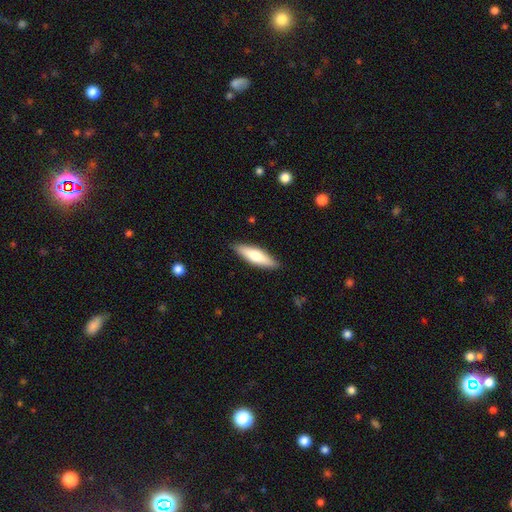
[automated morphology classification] This is likely a smooth galaxy (67%). How rounded: likely cigar-shaped (62%). Merging: clearly none (89%).